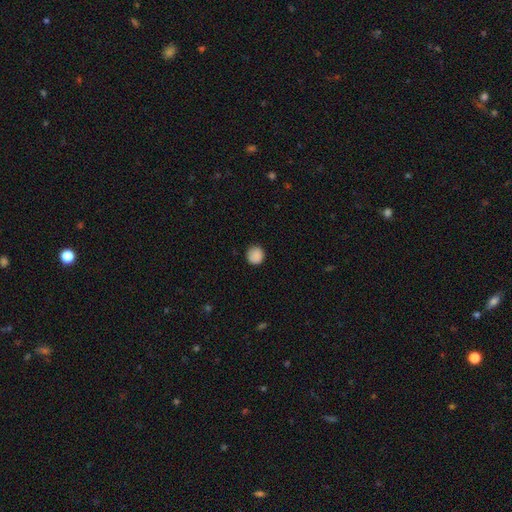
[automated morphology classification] Smooth or featured? Predicted: smooth (p=0.88). How rounded? Predicted: round (p=0.92). Merging? Predicted: none (p=0.88).